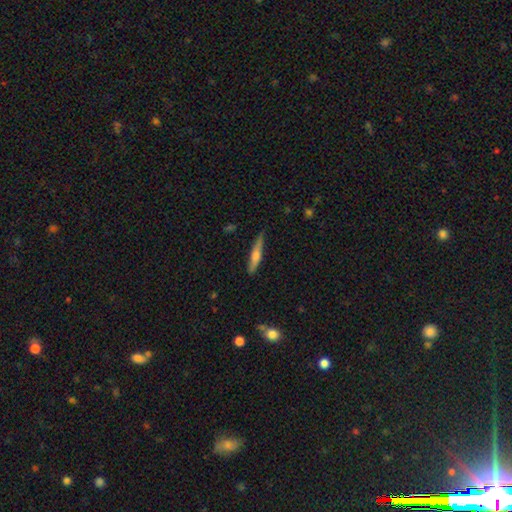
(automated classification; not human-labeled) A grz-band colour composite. It shows a featured or disk galaxy (53%) viewed edge-on (96%) with a rounded central bulge (83%). Merging: none (86%).